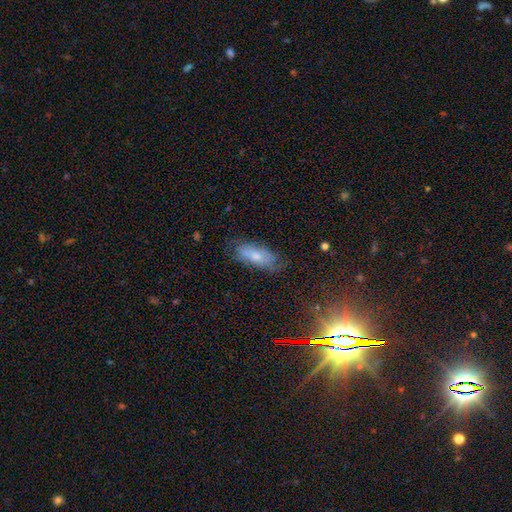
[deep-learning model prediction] smooth_or_featured: smooth (p=0.63) [alt: featured or disk p=0.28]
how_rounded: in between (p=0.76) [alt: cigar-shaped p=0.22]
merging: none (p=0.66) [alt: minor disturbance p=0.25]